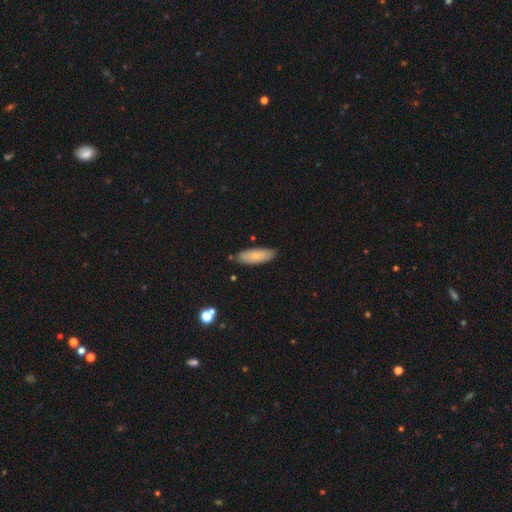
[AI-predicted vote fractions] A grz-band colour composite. It shows a smooth galaxy with no disk features (75%) that is in between round and cigar-shaped (64%). Merging: none (83%).